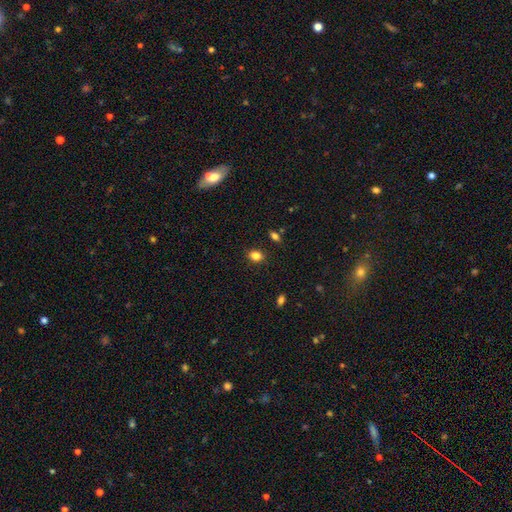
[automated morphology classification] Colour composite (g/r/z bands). It shows a smooth galaxy with no disk features (82%) that is in between round and cigar-shaped (56%). Merging: none (86%).